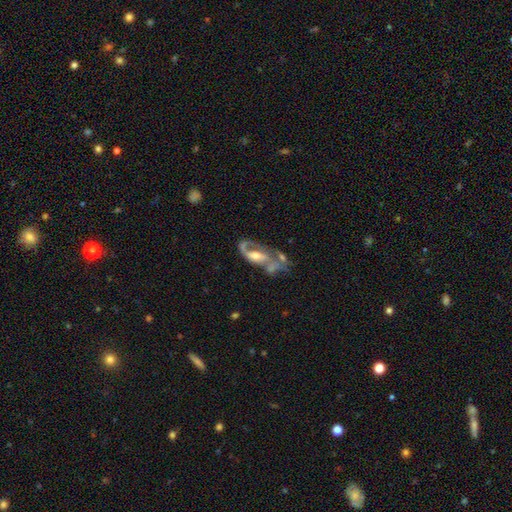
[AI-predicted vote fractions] This appears to be a featured or disk galaxy (78%) with no bar (45%), 2 (58%) medium (41%) spiral arms (80%) and a moderate central bulge (55%). Merging: major disturbance (30%).